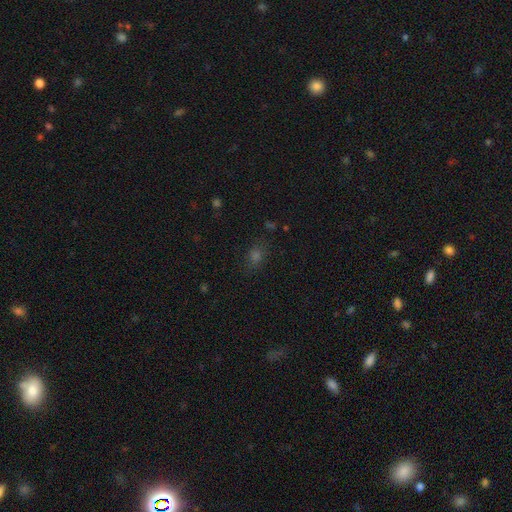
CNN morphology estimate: A smooth galaxy with no disk features (55%) that is in between round and cigar-shaped (59%). Merging: none (82%).